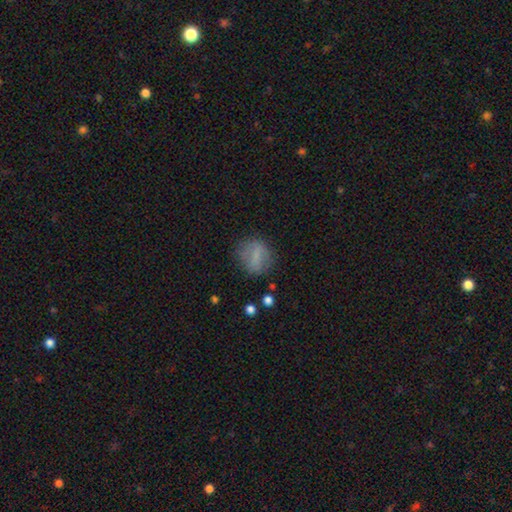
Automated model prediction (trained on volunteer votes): This is likely a smooth galaxy (70%). How rounded: possibly round (56%). Merging: likely none (74%).